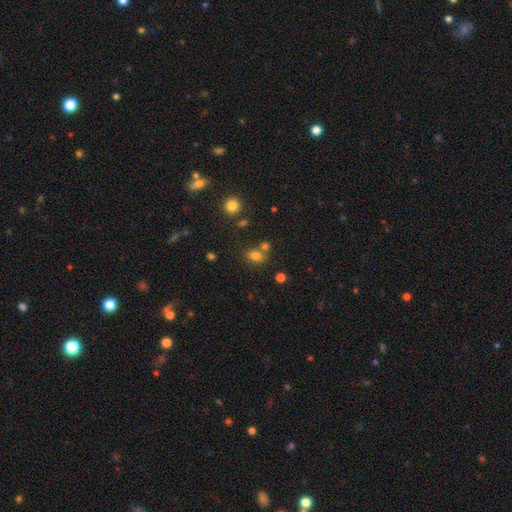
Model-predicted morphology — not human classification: Q: Smooth or featured?
A: smooth (76%); runner-up: star or artifact (15%)
Q: How rounded?
A: in between (59%); runner-up: round (40%)
Q: Merging?
A: none (53%); runner-up: merger (29%)